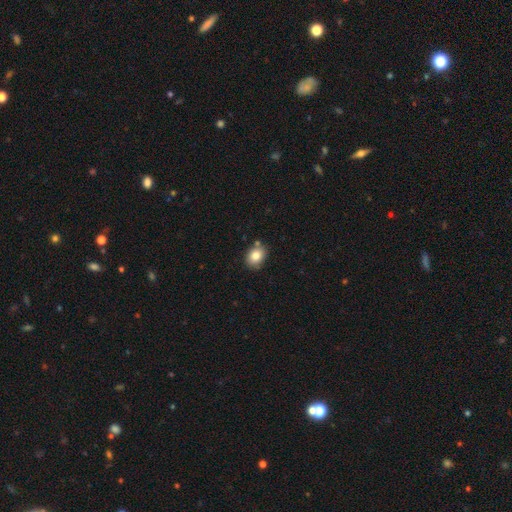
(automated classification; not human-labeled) Overall: smooth (83%). How rounded: in between (52%; round 47%). Merging: none (77%).